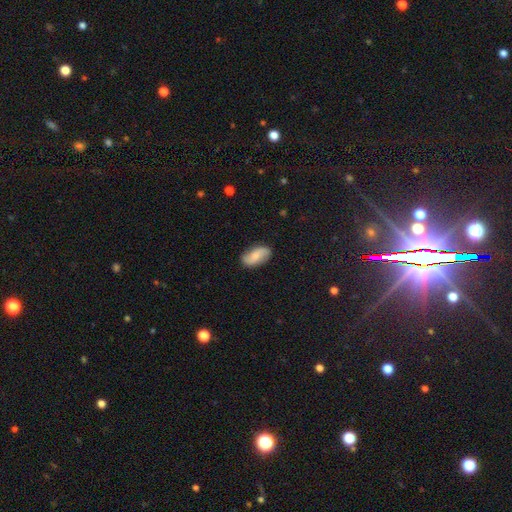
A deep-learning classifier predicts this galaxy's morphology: This is possibly a smooth galaxy (54%). How rounded: clearly in between (91%). Merging: clearly none (82%).